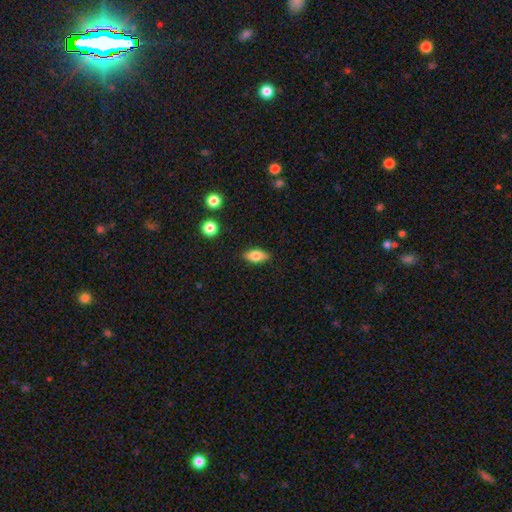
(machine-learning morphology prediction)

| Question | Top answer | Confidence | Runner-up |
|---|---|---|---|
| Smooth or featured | smooth | 77% | featured or disk (15%) |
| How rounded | in between | 85% | cigar-shaped (10%) |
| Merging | none | 86% | minor disturbance (10%) |